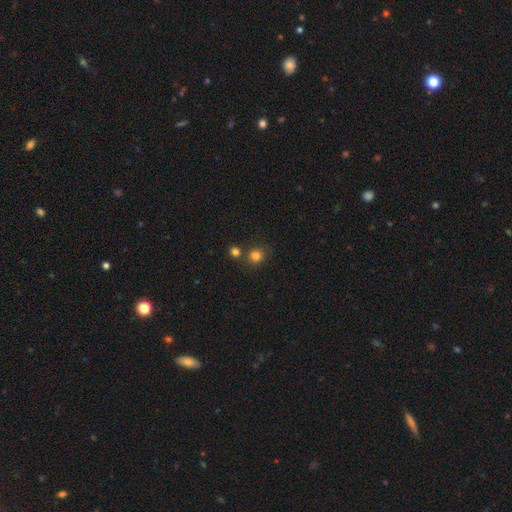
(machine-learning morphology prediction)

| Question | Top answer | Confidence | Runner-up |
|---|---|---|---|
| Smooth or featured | smooth | 81% | star or artifact (13%) |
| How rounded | round | 87% | in between (12%) |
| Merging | none | 71% | merger (16%) |